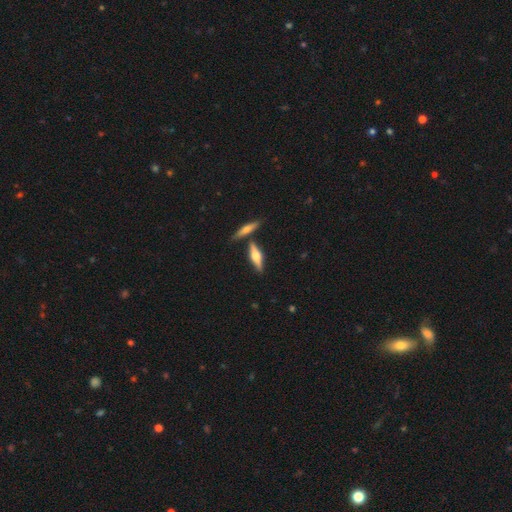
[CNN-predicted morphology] A featured or disk galaxy (58%) viewed edge-on (95%) with a rounded central bulge (91%).

Vote fractions:
- Smooth or featured? featured or disk: 58% / smooth: 35% / star or artifact: 6%
- Edge-on disk? yes: 95% / no: 5%
- Edge-on bulge? rounded: 91% / boxy: 6% / none: 2%
- Merging? none: 74% / merger: 13% / minor disturbance: 10% / major disturbance: 3%